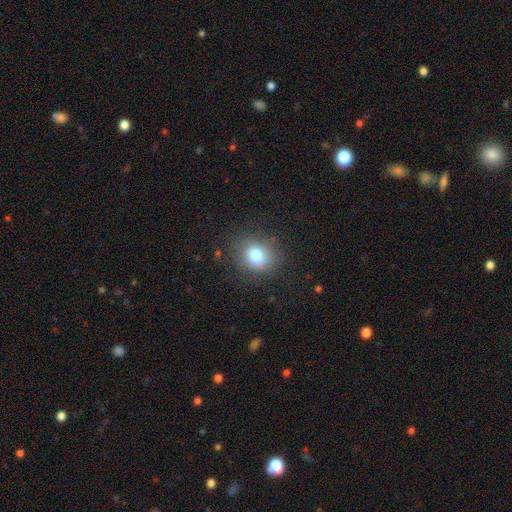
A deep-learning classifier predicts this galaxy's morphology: A smooth galaxy with no disk features (77%) that is round (71%). Merging: none (82%).